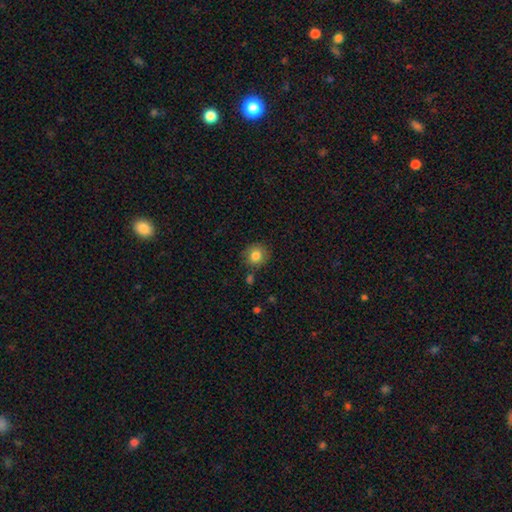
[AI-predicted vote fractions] Q: Smooth or featured?
A: smooth (83%); runner-up: star or artifact (10%)
Q: How rounded?
A: round (89%); runner-up: in between (10%)
Q: Merging?
A: none (83%); runner-up: minor disturbance (10%)